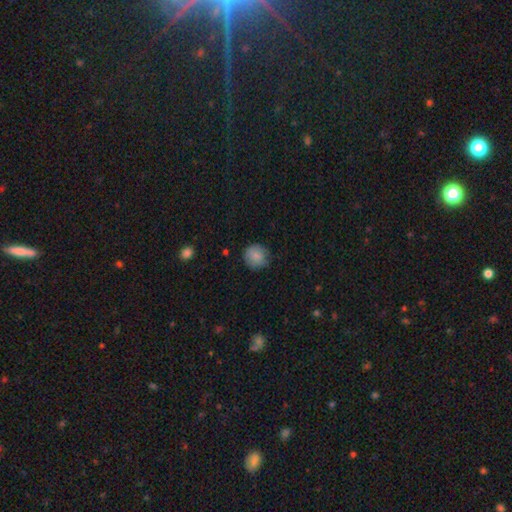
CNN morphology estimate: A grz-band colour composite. It shows a smooth galaxy with no disk features (85%) that is round (90%). Merging: none (78%).